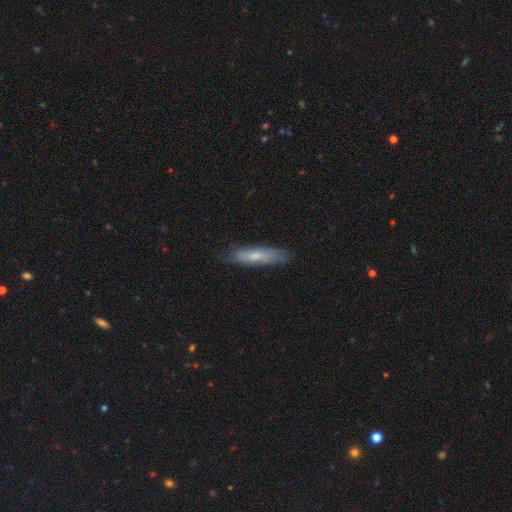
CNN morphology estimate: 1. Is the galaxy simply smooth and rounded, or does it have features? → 58% smooth, 36% featured or disk, 7% star or artifact.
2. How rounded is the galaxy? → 75% cigar-shaped, 24% in between, 2% round.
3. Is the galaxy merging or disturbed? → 71% none, 22% minor disturbance, 5% major disturbance, 1% merger.